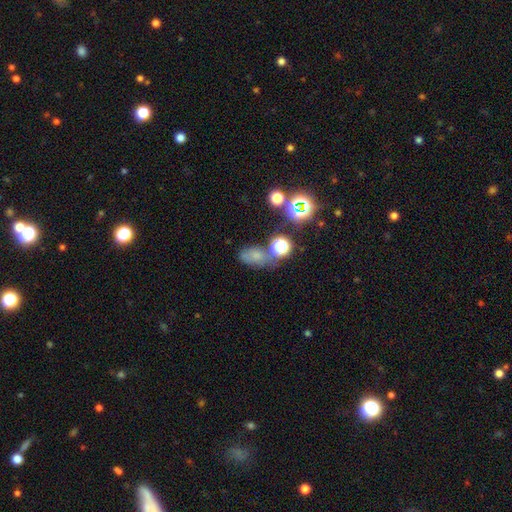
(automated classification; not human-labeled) This is possibly a smooth galaxy (58%). How rounded: likely in between (73%). Merging: possibly none (49%).